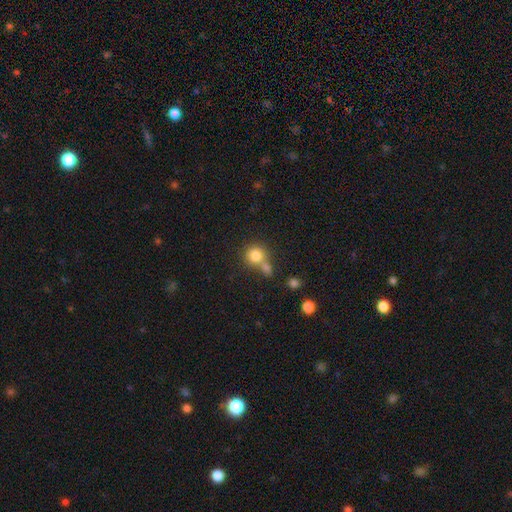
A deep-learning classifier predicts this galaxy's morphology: smooth 81%, star or artifact 10%, featured or disk 9%. Down the decision tree: how rounded — round (87%); merging — none (49%).